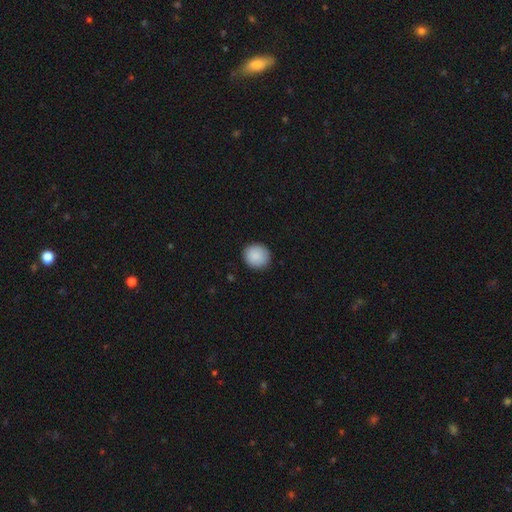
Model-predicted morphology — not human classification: The model was most divided on "how rounded": round: 87%, in between: 13%, cigar-shaped: 1%. More confident: merging — none (90%); smooth or featured — smooth (89%).